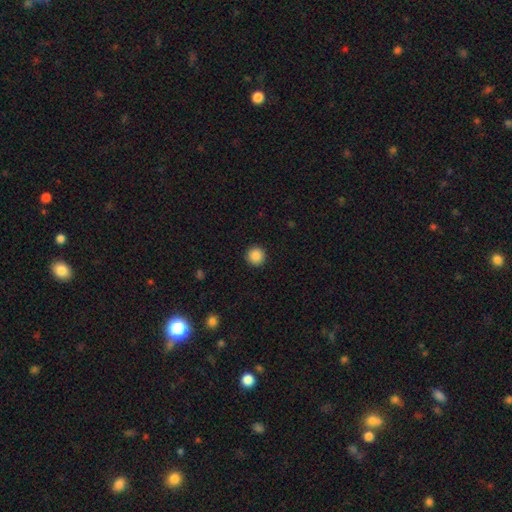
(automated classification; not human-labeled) smooth_or_featured: smooth (p=0.88) [alt: star or artifact p=0.09]
how_rounded: round (p=0.95) [alt: in between p=0.04]
merging: none (p=0.92) [alt: minor disturbance p=0.05]